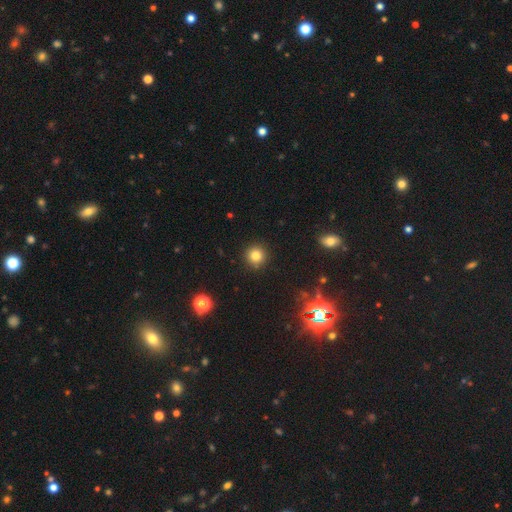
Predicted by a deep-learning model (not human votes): Morphology: type=smooth (81%); roundness=round (94%); merging=none (92%).